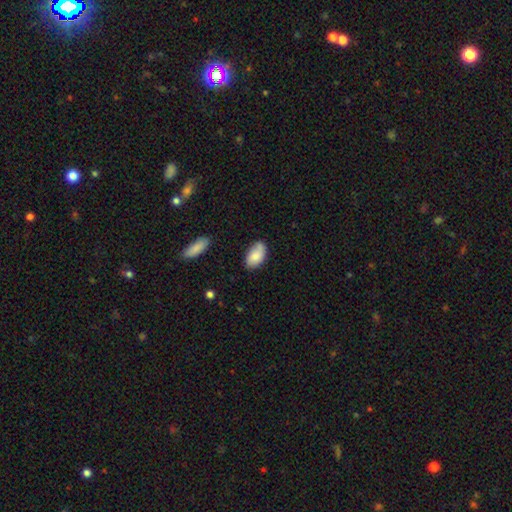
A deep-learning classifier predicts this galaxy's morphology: smooth 78%, featured or disk 15%, star or artifact 7%. Down the decision tree: how rounded — in between (93%); merging — none (66%).